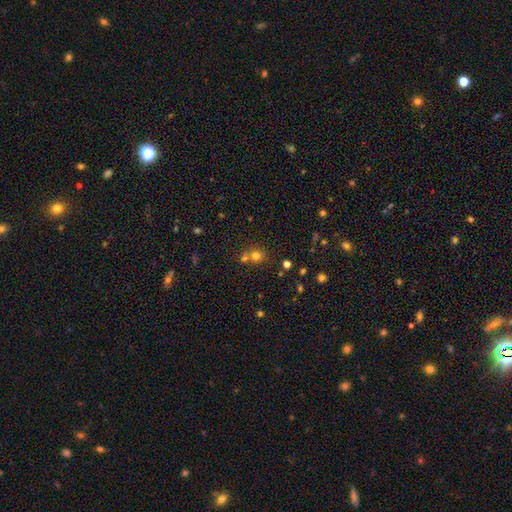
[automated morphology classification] smooth_or_featured: smooth (p=0.71) [alt: star or artifact p=0.19]
how_rounded: round (p=0.84) [alt: in between p=0.15]
merging: none (p=0.57) [alt: merger p=0.32]